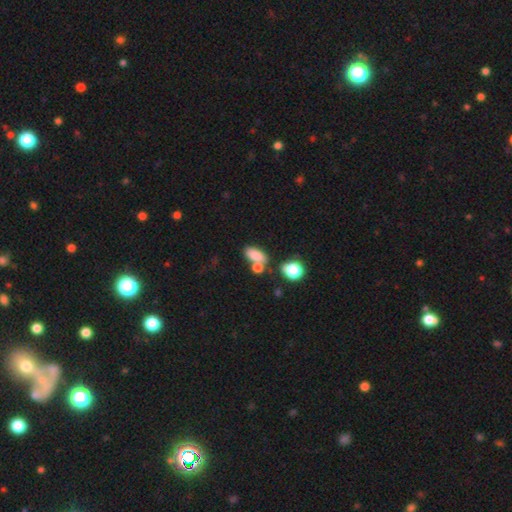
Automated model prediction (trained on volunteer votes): smooth_or_featured: smooth (p=0.80) [alt: star or artifact p=0.11]
how_rounded: in between (p=0.83) [alt: round p=0.11]
merging: none (p=0.52) [alt: merger p=0.30]